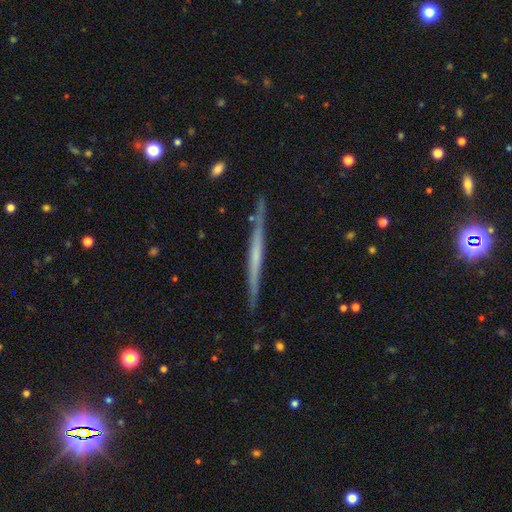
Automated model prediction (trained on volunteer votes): smooth-or-featured: featured or disk: 64% | smooth: 30% | star or artifact: 5%
  disk-edge-on: yes: 97% | no: 3%
    edge-on-bulge: none: 80% | rounded: 13% | boxy: 7%
  merging: none: 87% | minor disturbance: 10% | major disturbance: 2% | merger: 2%